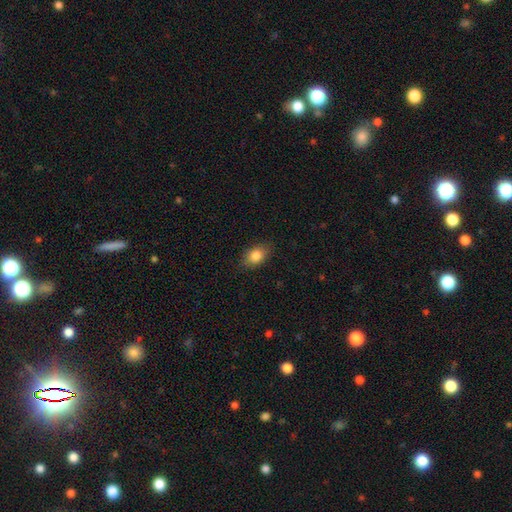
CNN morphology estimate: Smooth or featured? smooth (83%)
How rounded? in between (79%)
Merging? none (83%)